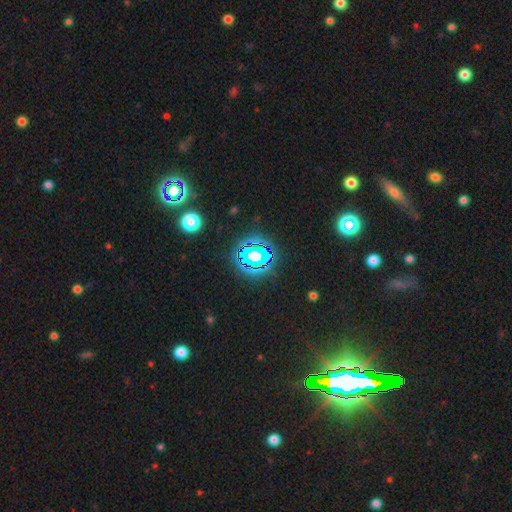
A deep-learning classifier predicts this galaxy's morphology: Smooth or featured?
  - star or artifact: 82% *
  - smooth: 11%
  - featured or disk: 8%